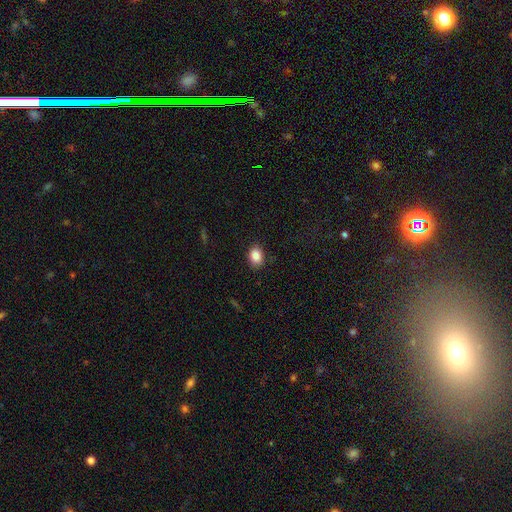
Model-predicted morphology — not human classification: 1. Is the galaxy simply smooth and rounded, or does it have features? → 87% smooth, 9% star or artifact, 5% featured or disk.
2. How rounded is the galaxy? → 68% in between, 31% round, 1% cigar-shaped.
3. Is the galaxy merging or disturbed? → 86% none, 11% minor disturbance, 3% major disturbance, 1% merger.